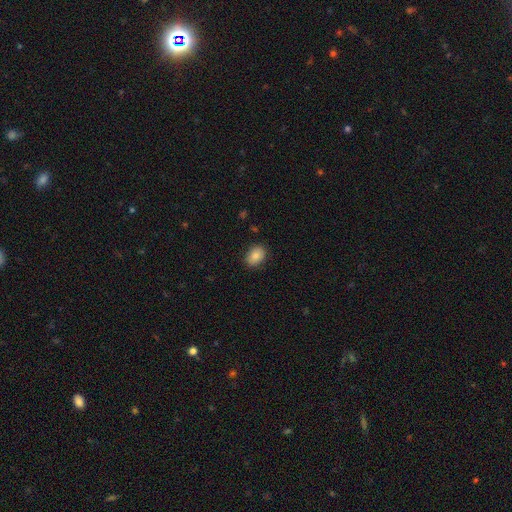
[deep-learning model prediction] Overall: smooth (85%). How rounded: in between (74%). Merging: none (87%).